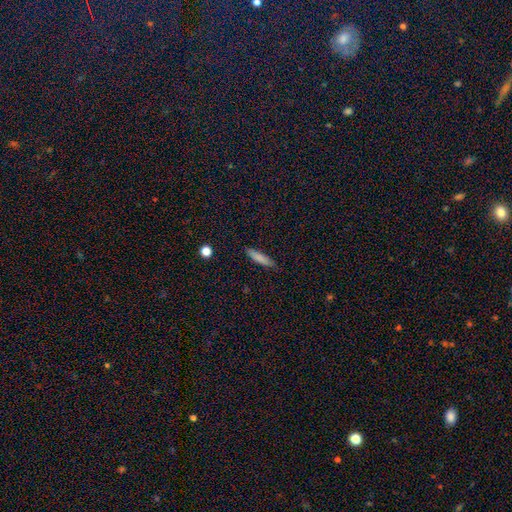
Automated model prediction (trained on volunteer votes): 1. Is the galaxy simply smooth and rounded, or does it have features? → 78% smooth, 14% featured or disk, 8% star or artifact.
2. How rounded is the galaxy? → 86% cigar-shaped, 12% in between, 2% round.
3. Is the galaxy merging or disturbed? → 86% none, 11% minor disturbance, 2% major disturbance, 1% merger.